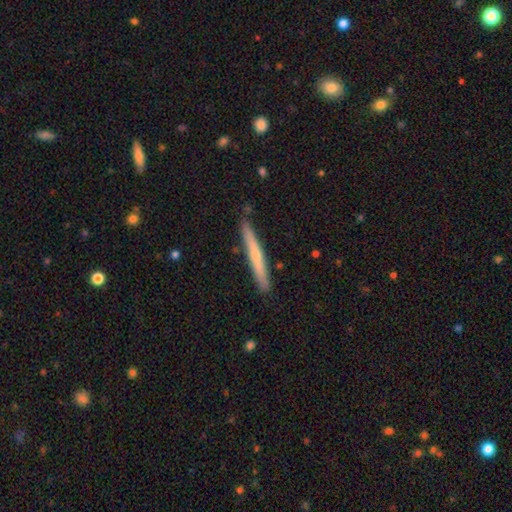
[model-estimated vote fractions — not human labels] Smooth or featured: smooth — 50% (featured or disk — 45%)
Merging: none — 88% (minor disturbance — 9%)